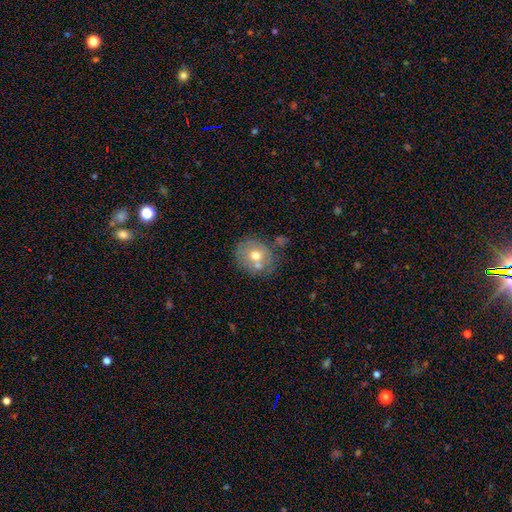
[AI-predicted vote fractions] A smooth galaxy with no disk features (61%) that is round (76%).

Vote fractions:
- Smooth or featured? smooth: 61% / featured or disk: 30% / star or artifact: 9%
- How rounded? round: 76% / in between: 23% / cigar-shaped: 1%
- Merging? none: 58% / merger: 20% / minor disturbance: 17% / major disturbance: 5%